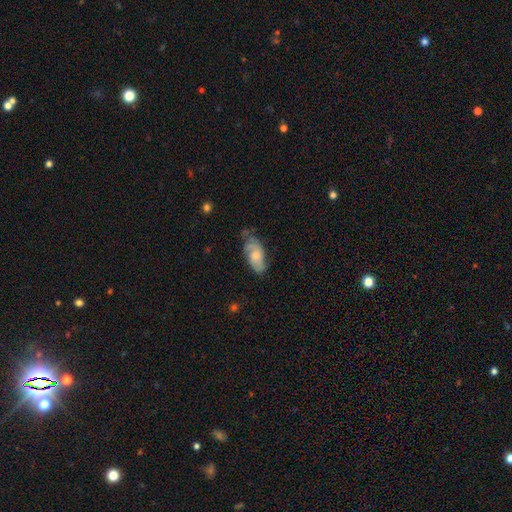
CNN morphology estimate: featured or disk 50%, smooth 44%, star or artifact 7%. Down the decision tree: merging — none (49%).